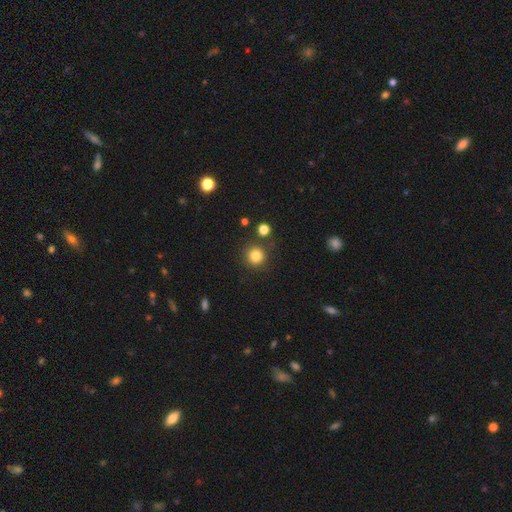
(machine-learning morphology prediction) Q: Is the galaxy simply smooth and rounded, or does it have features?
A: smooth — 82%.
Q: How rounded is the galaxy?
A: round — 94%.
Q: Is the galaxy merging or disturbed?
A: none — 85%.